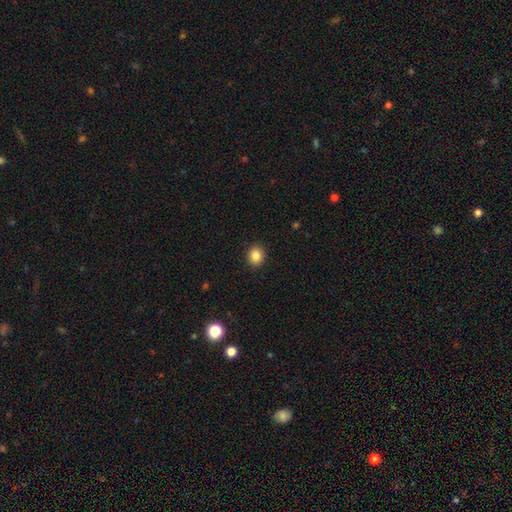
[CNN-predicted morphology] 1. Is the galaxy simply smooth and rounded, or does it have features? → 85% smooth, 10% star or artifact, 5% featured or disk.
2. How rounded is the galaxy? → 75% round, 24% in between, 1% cigar-shaped.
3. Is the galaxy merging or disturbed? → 91% none, 6% minor disturbance, 2% major disturbance, 1% merger.